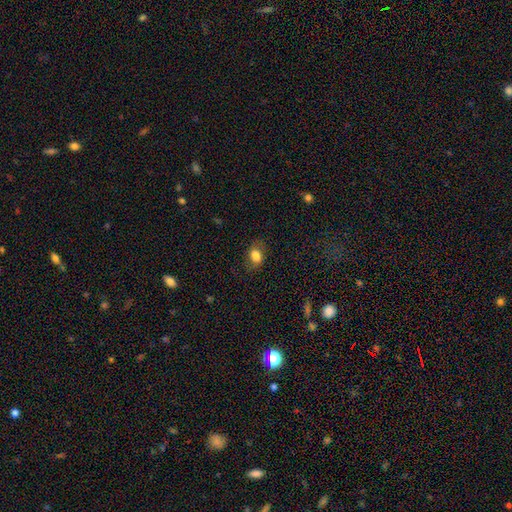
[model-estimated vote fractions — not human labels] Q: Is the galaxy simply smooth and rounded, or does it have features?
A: smooth — 79%.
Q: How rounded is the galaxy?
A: in between — 75%.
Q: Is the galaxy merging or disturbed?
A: none — 76%.